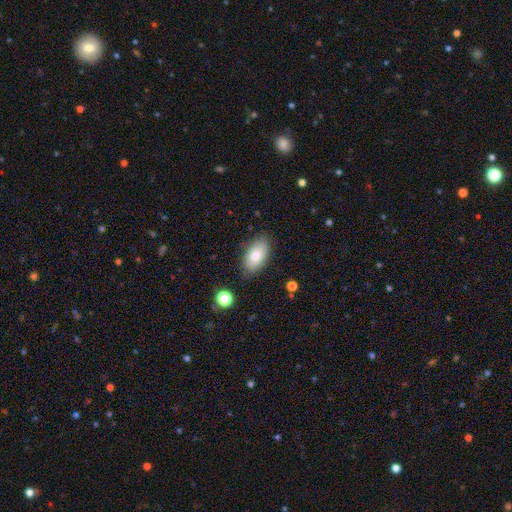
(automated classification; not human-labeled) A smooth galaxy with no disk features (81%) that is in between round and cigar-shaped (93%).

Vote fractions:
- Smooth or featured? smooth: 81% / featured or disk: 12% / star or artifact: 7%
- How rounded? in between: 93% / round: 4% / cigar-shaped: 3%
- Merging? none: 82% / minor disturbance: 13% / major disturbance: 3% / merger: 2%